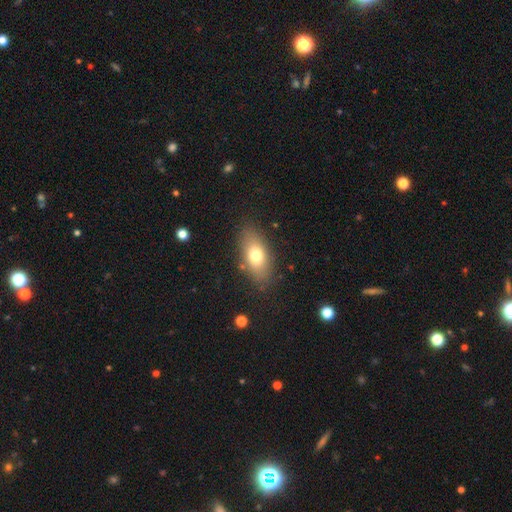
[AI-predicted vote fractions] This is likely a smooth galaxy (73%). How rounded: clearly in between (86%). Merging: clearly none (82%).